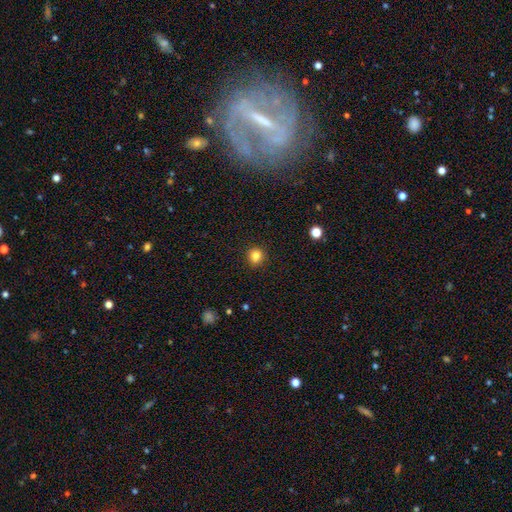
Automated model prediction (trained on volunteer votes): Smooth or featured? smooth (83%)
How rounded? round (87%)
Merging? none (90%)